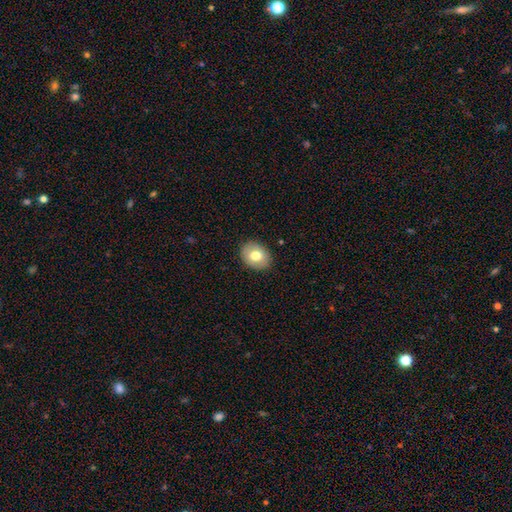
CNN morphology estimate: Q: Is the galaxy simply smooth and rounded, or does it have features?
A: smooth — 75%.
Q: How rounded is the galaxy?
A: in between — 59%.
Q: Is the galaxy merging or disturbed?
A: none — 89%.